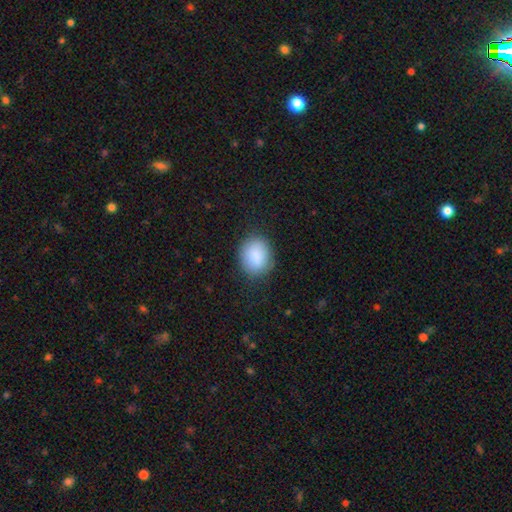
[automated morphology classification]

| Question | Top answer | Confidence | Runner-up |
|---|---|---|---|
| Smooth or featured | smooth | 88% | star or artifact (7%) |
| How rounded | round | 55% | in between (44%) |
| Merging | none | 83% | minor disturbance (12%) |